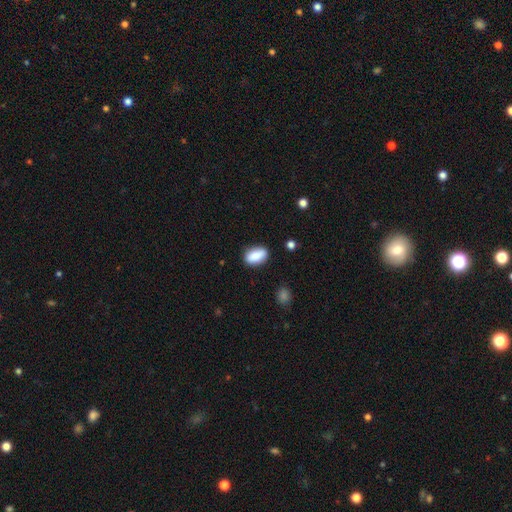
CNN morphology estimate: type=smooth (87%); roundness=in between (89%); merging=none (82%).